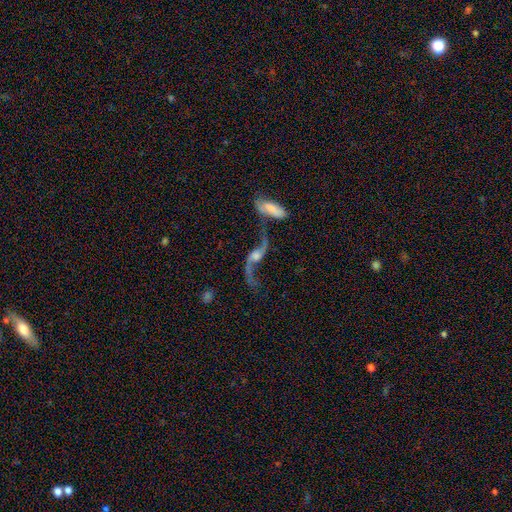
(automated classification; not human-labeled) Smooth or featured?
  - featured or disk: 87% *
  - smooth: 7%
  - star or artifact: 6%
Edge-on disk?
  - no: 90% *
  - yes: 10%
Bar?
  - no: 56% *
  - weak: 32%
  - strong: 11%
Spiral arms?
  - yes: 94% *
  - no: 6%
Spiral winding?
  - loose: 92% *
  - medium: 6%
  - tight: 2%
Spiral arm count?
  - 2: 91% *
  - 1: 4%
  - can't tell: 2%
  - 3: 1%
  - 4: 1%
  - more than 4: 1%
Bulge size?
  - moderate: 45% *
  - small: 29%
  - large: 12%
  - none: 12%
  - dominant: 3%
Merging?
  - none: 42% *
  - merger: 30%
  - major disturbance: 14%
  - minor disturbance: 14%